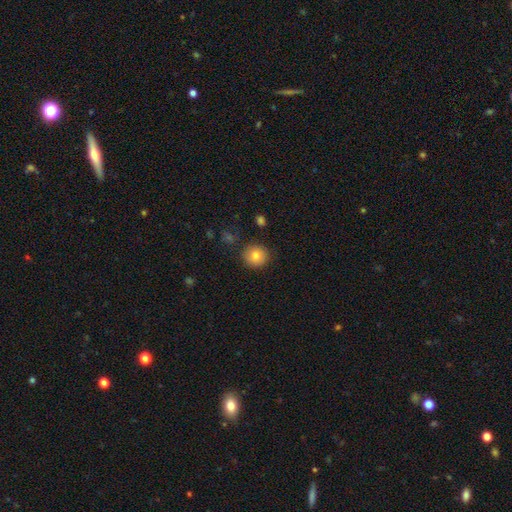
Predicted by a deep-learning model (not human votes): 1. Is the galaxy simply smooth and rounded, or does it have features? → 81% smooth, 10% featured or disk, 10% star or artifact.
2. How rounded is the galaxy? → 90% round, 9% in between, 1% cigar-shaped.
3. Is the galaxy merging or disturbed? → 86% none, 9% minor disturbance, 2% major disturbance, 2% merger.